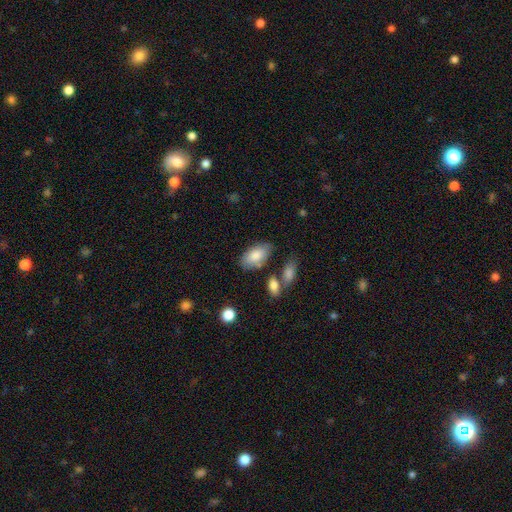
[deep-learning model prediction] smooth_or_featured: smooth (p=0.82) [alt: featured or disk p=0.12]
how_rounded: in between (p=0.94) [alt: round p=0.04]
merging: none (p=0.69) [alt: minor disturbance p=0.17]